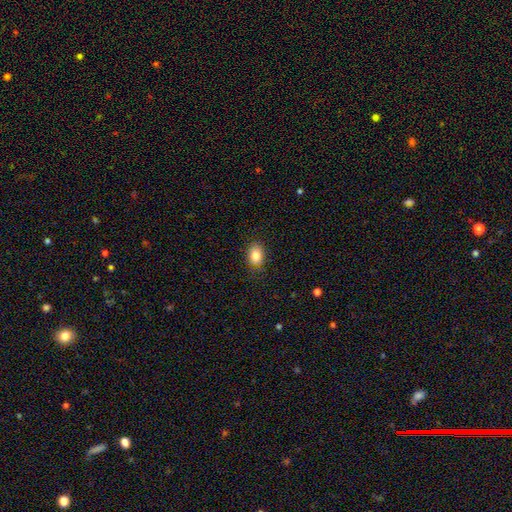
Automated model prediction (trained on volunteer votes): Smooth or featured? Predicted: smooth (p=0.83). How rounded? Predicted: in between (p=0.77). Merging? Predicted: none (p=0.84).